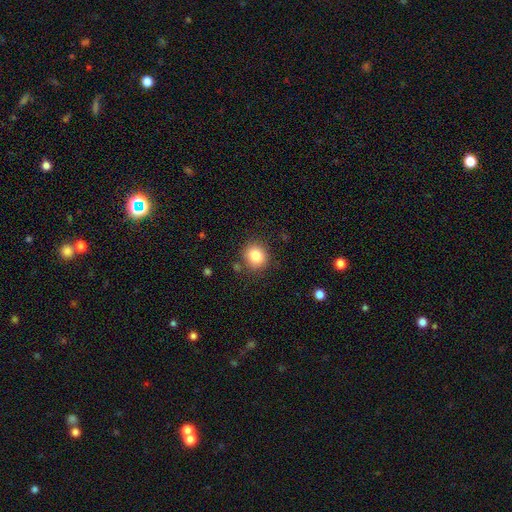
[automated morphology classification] This appears to be a smooth galaxy with no disk features (82%) that is round (84%). Merging: none (84%).